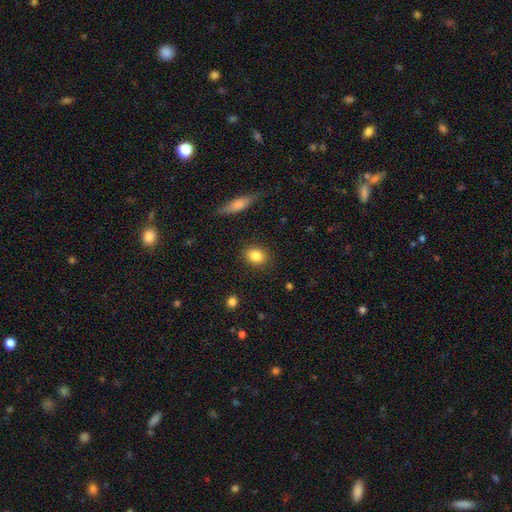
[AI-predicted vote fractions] This appears to be a smooth galaxy with no disk features (85%) that is in between round and cigar-shaped (54%). Merging: none (88%).